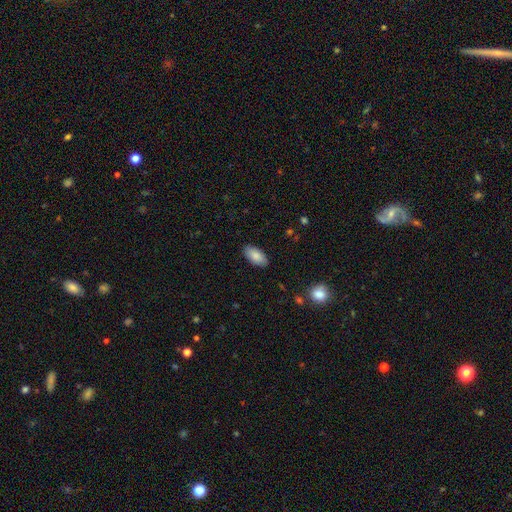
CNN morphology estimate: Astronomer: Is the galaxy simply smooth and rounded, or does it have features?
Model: smooth — 87%.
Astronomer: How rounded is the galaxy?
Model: in between — 94%.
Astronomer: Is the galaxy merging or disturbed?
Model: none — 87%.